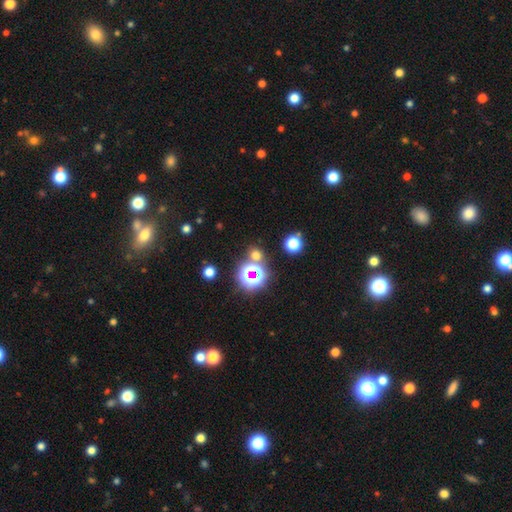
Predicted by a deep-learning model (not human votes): Smooth or featured? smooth (53%)
How rounded? round (82%)
Merging? none (73%)